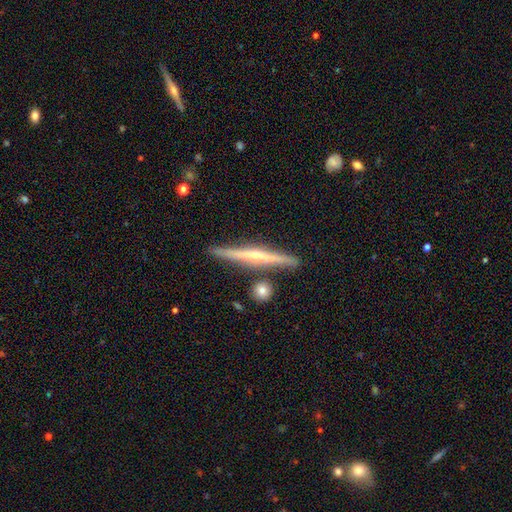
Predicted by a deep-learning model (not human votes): Smooth or featured: featured or disk — 74% (smooth — 20%)
Edge-on disk: yes — 97% (no — 3%)
Edge-on bulge: rounded — 66% (none — 28%)
Merging: none — 85% (minor disturbance — 9%)